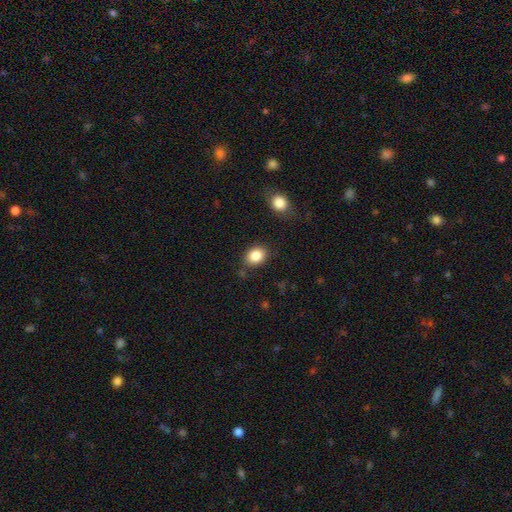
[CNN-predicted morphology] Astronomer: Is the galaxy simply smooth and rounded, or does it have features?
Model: smooth — 86%.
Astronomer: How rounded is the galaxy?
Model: in between — 59% (runner-up: round, 40%).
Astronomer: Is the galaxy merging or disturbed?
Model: none — 80%.